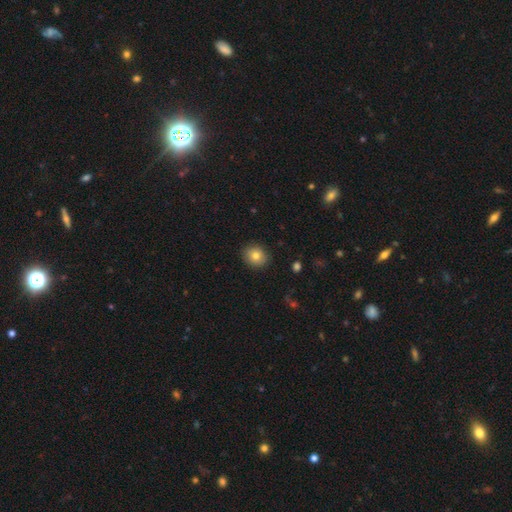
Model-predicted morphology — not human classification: smooth-or-featured: smooth: 80% | star or artifact: 10% | featured or disk: 10%
  how-rounded: round: 73% | in between: 26% | cigar-shaped: 1%
  merging: none: 88% | minor disturbance: 8% | major disturbance: 2% | merger: 1%